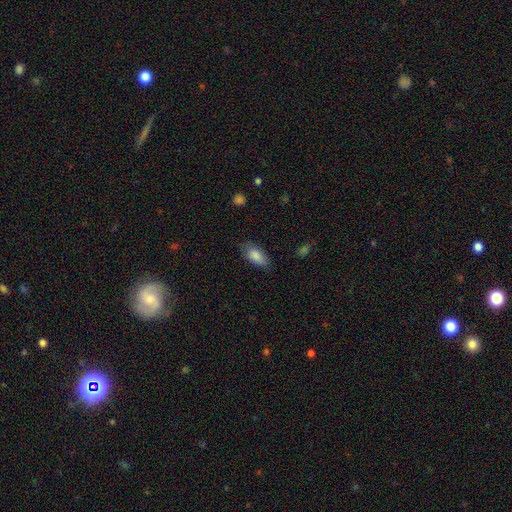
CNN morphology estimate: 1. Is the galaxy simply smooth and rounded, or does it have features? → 85% smooth, 8% featured or disk, 7% star or artifact.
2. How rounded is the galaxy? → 90% in between, 7% cigar-shaped, 3% round.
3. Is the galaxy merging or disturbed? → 73% none, 21% minor disturbance, 5% major disturbance, 1% merger.